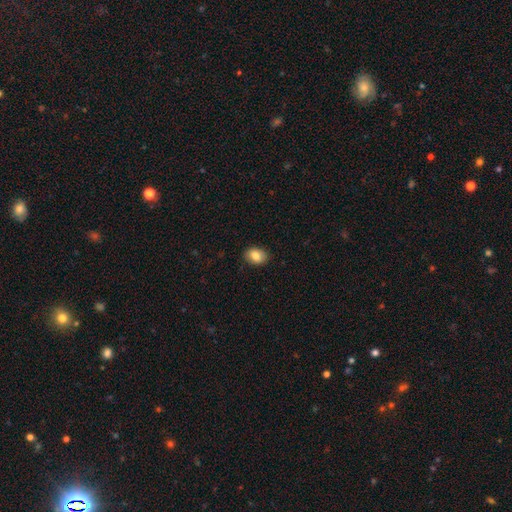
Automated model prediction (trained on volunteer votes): Smooth or featured? smooth (85%)
How rounded? in between (75%)
Merging? none (88%)